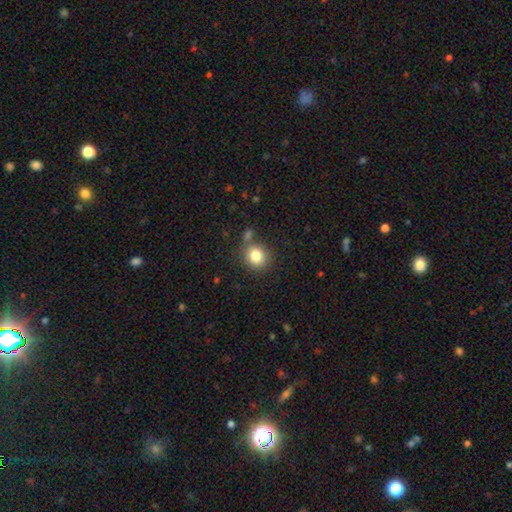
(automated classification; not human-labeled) smooth_or_featured: smooth (p=0.82) [alt: star or artifact p=0.11]
how_rounded: round (p=0.78) [alt: in between p=0.21]
merging: none (p=0.76) [alt: minor disturbance p=0.11]